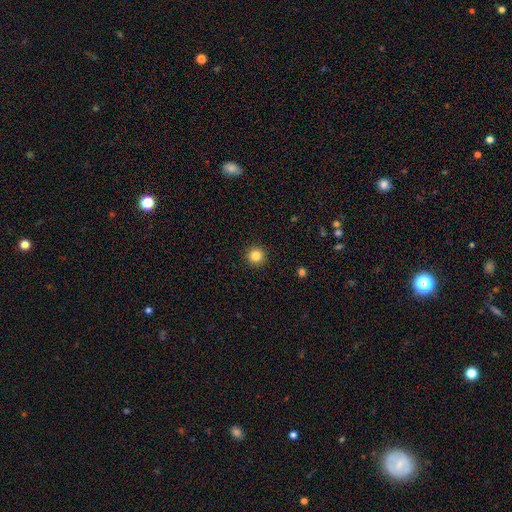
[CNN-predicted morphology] type=smooth (84%); roundness=round (96%); merging=none (93%).